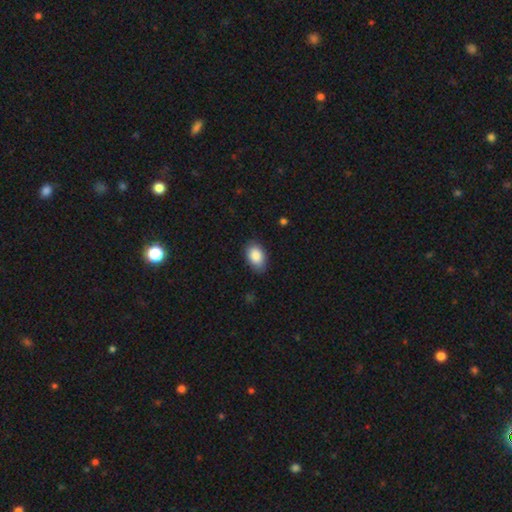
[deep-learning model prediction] Overall: smooth (88%). How rounded: in between (90%). Merging: none (81%).